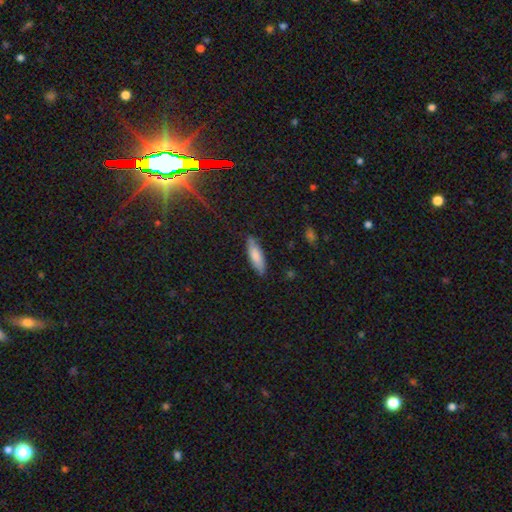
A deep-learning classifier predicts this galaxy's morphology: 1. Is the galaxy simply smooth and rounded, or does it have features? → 79% smooth, 15% featured or disk, 6% star or artifact.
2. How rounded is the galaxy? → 54% cigar-shaped, 44% in between, 2% round.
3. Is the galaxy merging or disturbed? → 83% none, 14% minor disturbance, 3% major disturbance, 1% merger.